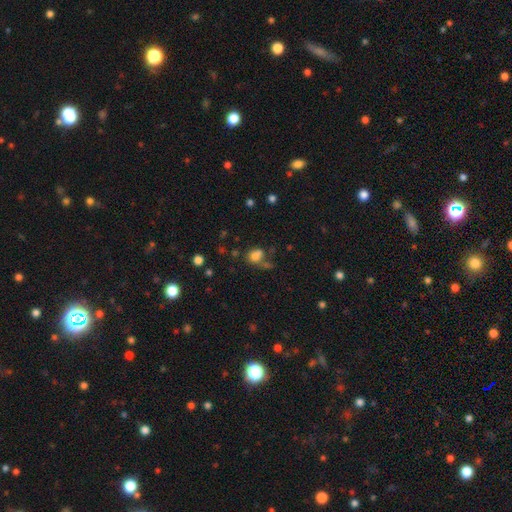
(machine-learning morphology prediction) type=smooth (76%); roundness=in between (58%); merging=none (43%).